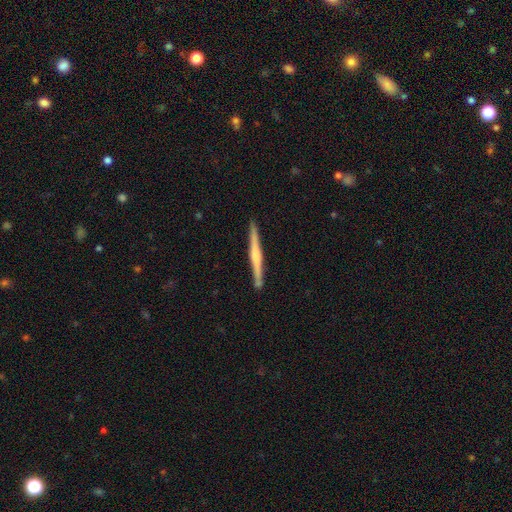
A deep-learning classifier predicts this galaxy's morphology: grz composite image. It shows a featured or disk galaxy (65%) viewed edge-on (98%) with a rounded central bulge (55%). Merging: none (89%).